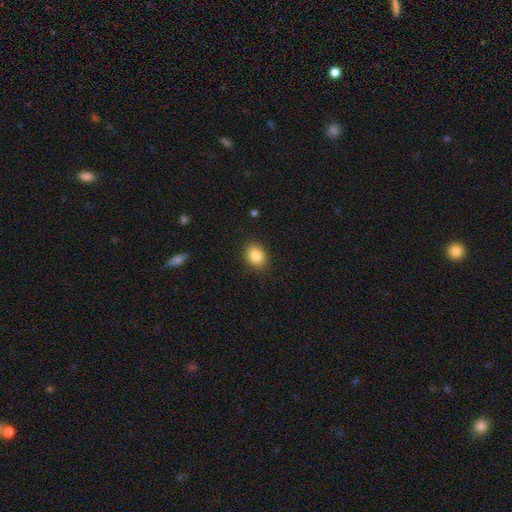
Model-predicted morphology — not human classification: Q: Smooth or featured?
A: smooth (84%); runner-up: star or artifact (9%)
Q: How rounded?
A: in between (59%); runner-up: round (40%)
Q: Merging?
A: none (88%); runner-up: minor disturbance (9%)